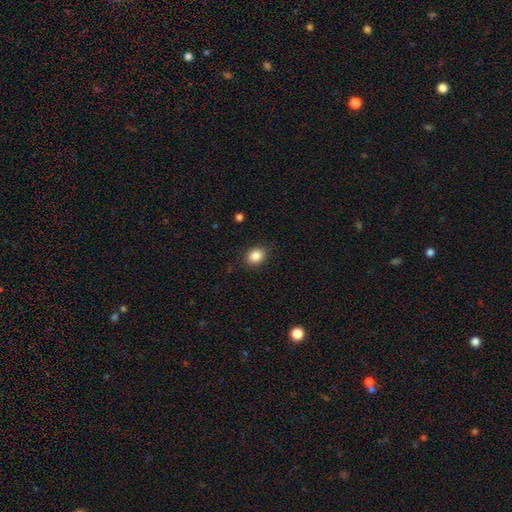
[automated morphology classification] Smooth or featured? smooth (87%)
How rounded? round (52%)
Merging? none (88%)